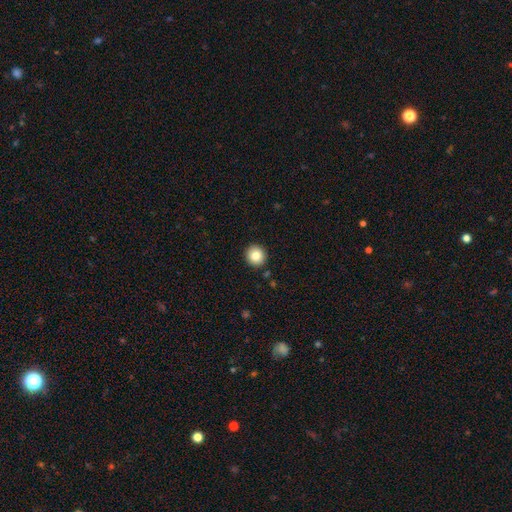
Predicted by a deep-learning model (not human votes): A smooth galaxy with no disk features (84%) that is round (92%). Merging: none (92%).